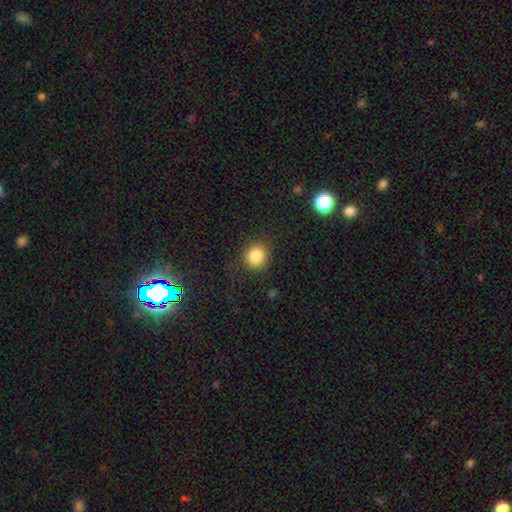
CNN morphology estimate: Smooth or featured: smooth — 84% (star or artifact — 11%)
How rounded: round — 85% (in between — 14%)
Merging: none — 88% (minor disturbance — 8%)